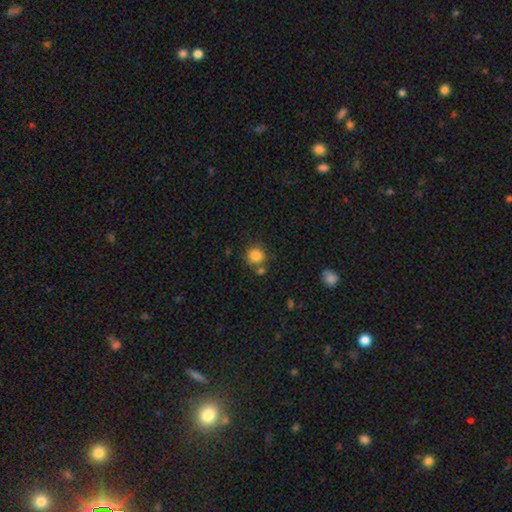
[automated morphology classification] This is clearly a smooth galaxy (84%). How rounded: clearly round (89%). Merging: likely none (72%).